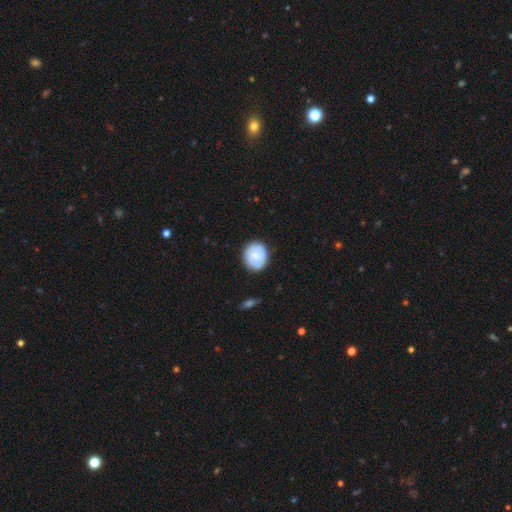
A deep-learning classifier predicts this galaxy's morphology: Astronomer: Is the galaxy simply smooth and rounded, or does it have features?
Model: smooth — 54% (runner-up: featured or disk, 40%).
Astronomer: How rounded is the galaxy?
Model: round — 72%.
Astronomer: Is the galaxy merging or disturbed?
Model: none — 83%.